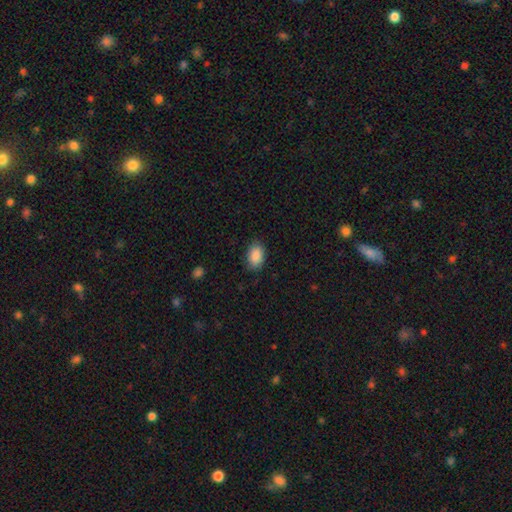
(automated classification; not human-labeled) This is clearly a smooth galaxy (89%). How rounded: clearly in between (86%). Merging: clearly none (84%).